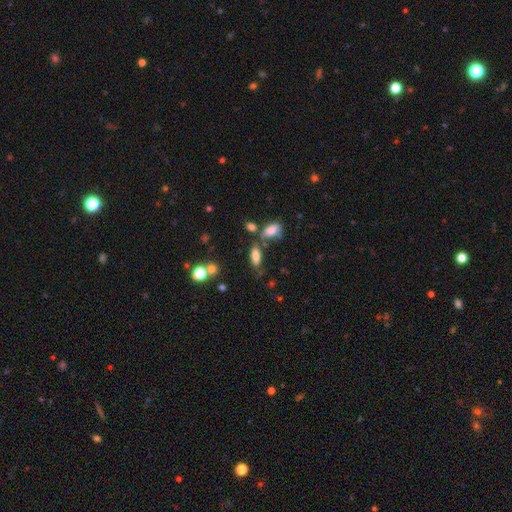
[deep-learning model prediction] smooth-or-featured: smooth: 78% | featured or disk: 12% | star or artifact: 11%
  how-rounded: in between: 72% | cigar-shaped: 24% | round: 3%
  merging: none: 62% | minor disturbance: 17% | merger: 15% | major disturbance: 6%